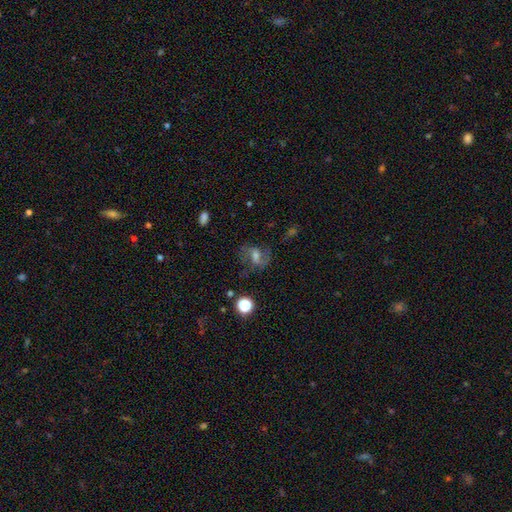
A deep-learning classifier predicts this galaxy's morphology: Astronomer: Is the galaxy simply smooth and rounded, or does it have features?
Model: featured or disk — 53% (runner-up: smooth, 31%).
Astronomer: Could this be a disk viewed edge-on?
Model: no — 96%.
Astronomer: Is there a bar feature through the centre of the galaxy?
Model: weak — 47% (runner-up: no, 34%).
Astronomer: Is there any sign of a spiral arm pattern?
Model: yes — 78%.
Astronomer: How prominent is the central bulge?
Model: moderate — 45% (runner-up: small, 30%).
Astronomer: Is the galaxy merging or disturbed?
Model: none — 57%.